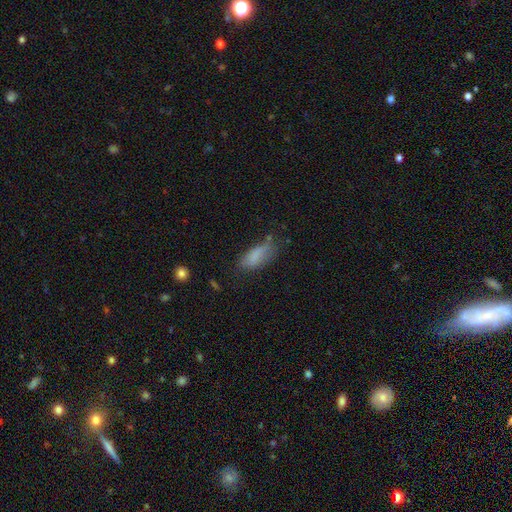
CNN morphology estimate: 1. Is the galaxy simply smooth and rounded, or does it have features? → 78% smooth, 13% featured or disk, 9% star or artifact.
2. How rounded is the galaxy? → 76% in between, 21% cigar-shaped, 2% round.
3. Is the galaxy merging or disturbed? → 49% none, 33% minor disturbance, 14% major disturbance, 4% merger.